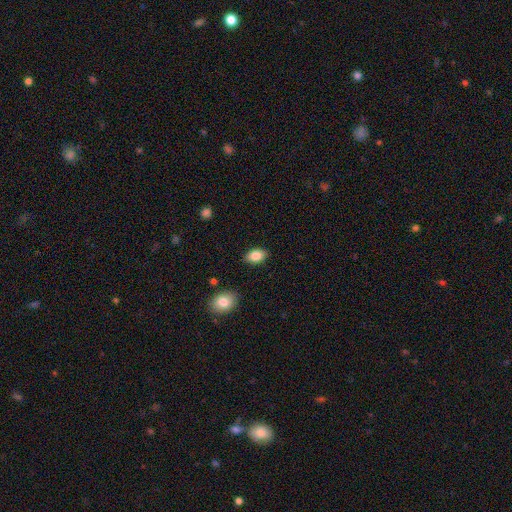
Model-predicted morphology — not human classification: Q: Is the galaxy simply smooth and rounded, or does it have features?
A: smooth — 86%.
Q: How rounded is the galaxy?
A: in between — 88%.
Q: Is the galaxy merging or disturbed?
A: none — 86%.